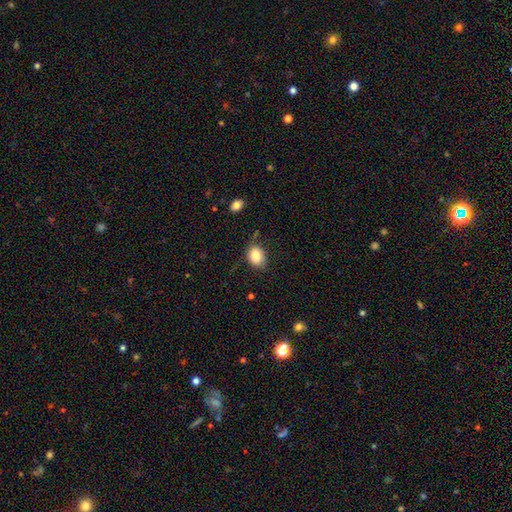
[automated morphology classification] This appears to be a smooth galaxy with no disk features (85%) that is in between round and cigar-shaped (55%). Merging: none (70%).